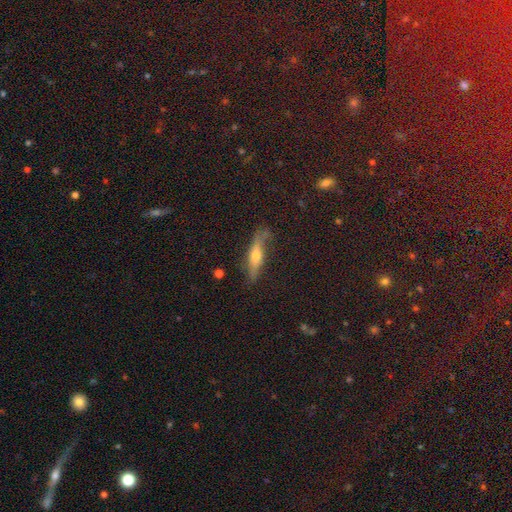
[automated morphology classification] smooth_or_featured: featured or disk (p=0.54) [alt: smooth p=0.36]
disk_edge_on: yes (p=0.85) [alt: no p=0.15]
merging: none (p=0.73) [alt: minor disturbance p=0.19]